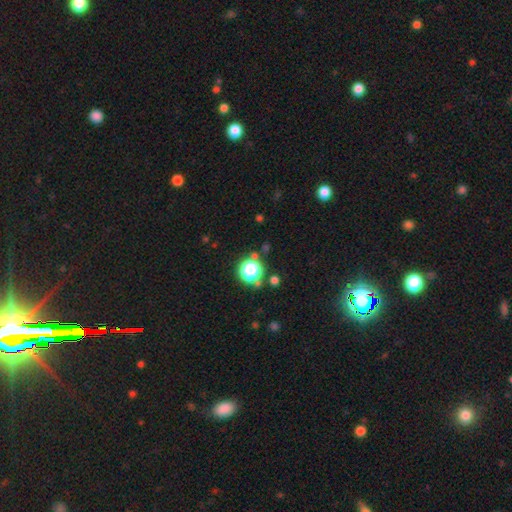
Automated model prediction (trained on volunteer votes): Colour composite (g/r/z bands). It shows a smooth galaxy with no disk features (48%). Merging: none (74%).